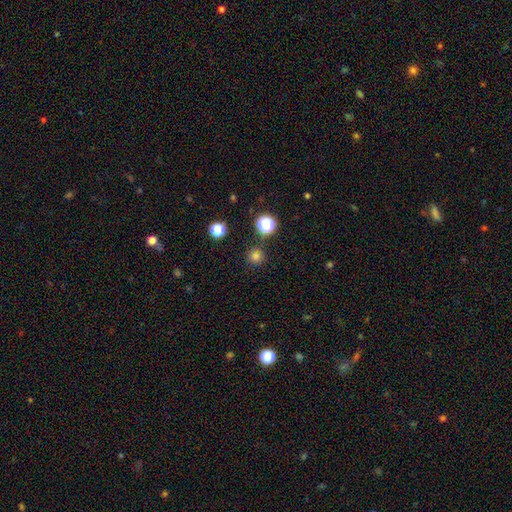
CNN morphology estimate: Overall: smooth (75%). How rounded: round (95%). Merging: none (86%).